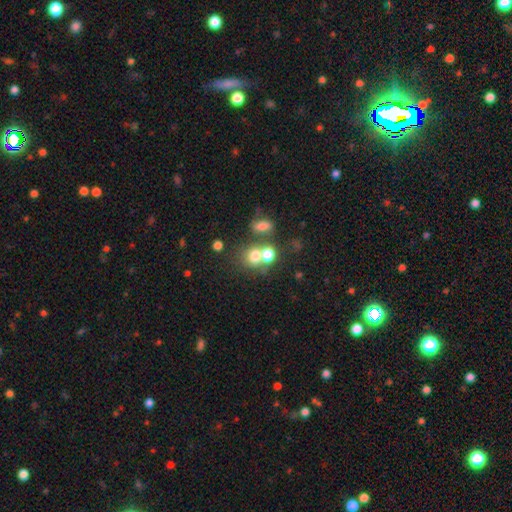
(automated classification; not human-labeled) A smooth galaxy with no disk features (71%) that is round (68%).

Vote fractions:
- Smooth or featured? smooth: 71% / star or artifact: 15% / featured or disk: 14%
- How rounded? round: 68% / in between: 31% / cigar-shaped: 1%
- Merging? merger: 45% / none: 40% / minor disturbance: 9% / major disturbance: 6%